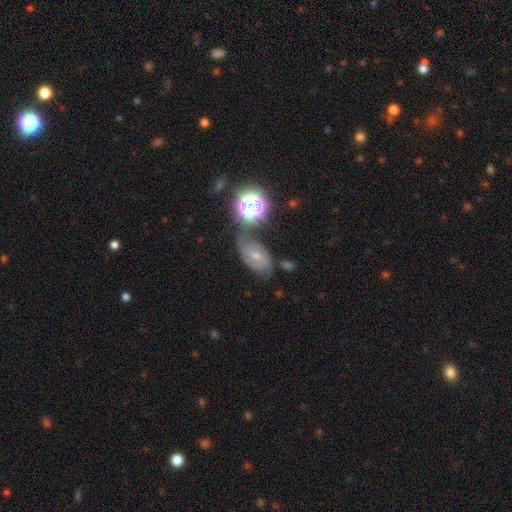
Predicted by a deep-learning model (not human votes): Morphology: type=featured or disk (59%); edge-on=no (95%); bar=weak (48%); spiral arms=yes (87%); bulge=small (48%); merging=none (60%).